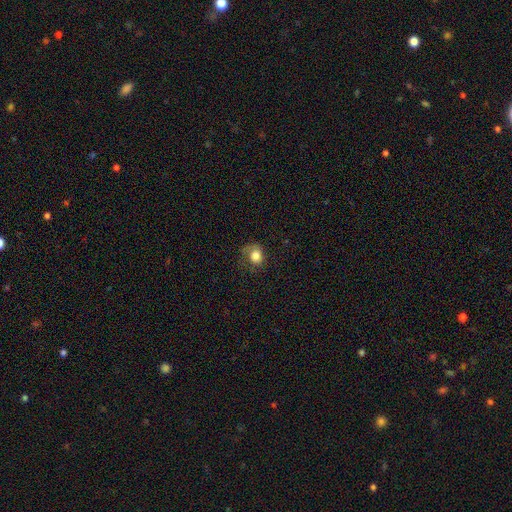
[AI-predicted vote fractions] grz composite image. It shows a smooth galaxy with no disk features (75%) that is round (63%). Merging: none (48%).